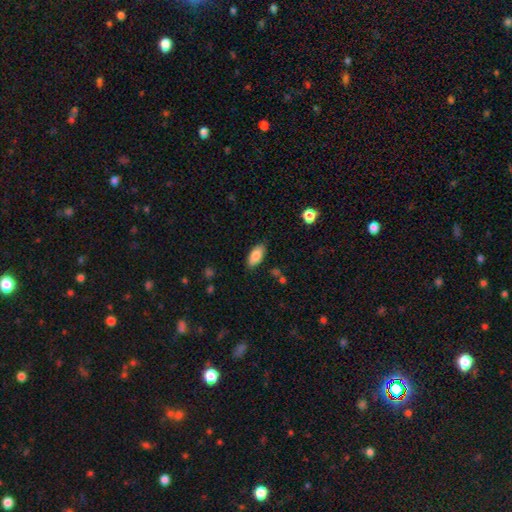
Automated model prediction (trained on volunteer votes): A smooth galaxy with no disk features (86%) that is in between round and cigar-shaped (90%).

Vote fractions:
- Smooth or featured? smooth: 86% / featured or disk: 7% / star or artifact: 7%
- How rounded? in between: 90% / cigar-shaped: 7% / round: 2%
- Merging? none: 84% / minor disturbance: 12% / major disturbance: 3% / merger: 1%